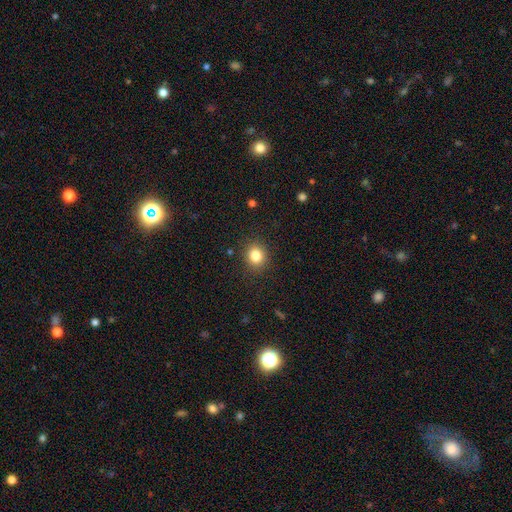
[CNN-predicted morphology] Q: Smooth or featured?
A: smooth (83%); runner-up: star or artifact (11%)
Q: How rounded?
A: round (78%); runner-up: in between (21%)
Q: Merging?
A: none (88%); runner-up: minor disturbance (8%)